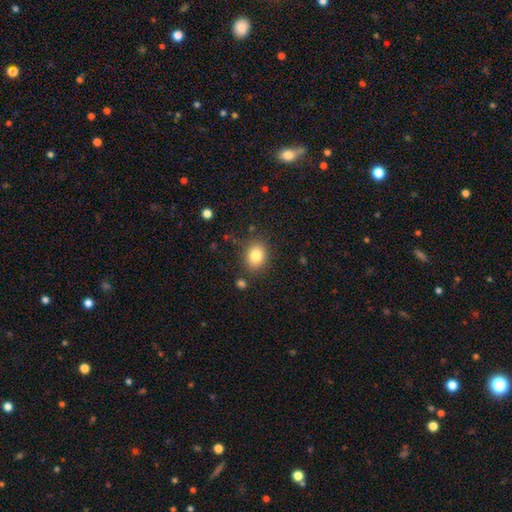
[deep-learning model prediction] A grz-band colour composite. It shows a smooth galaxy with no disk features (82%) that is round (56%). Merging: none (83%).